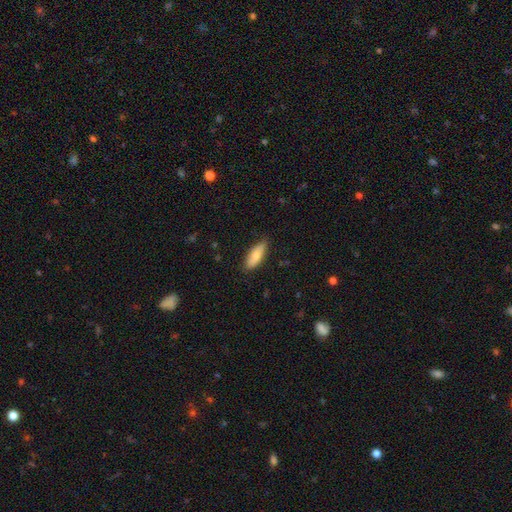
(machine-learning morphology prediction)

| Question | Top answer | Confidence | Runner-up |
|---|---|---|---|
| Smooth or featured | smooth | 77% | featured or disk (18%) |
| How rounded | in between | 66% | cigar-shaped (32%) |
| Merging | none | 83% | minor disturbance (14%) |